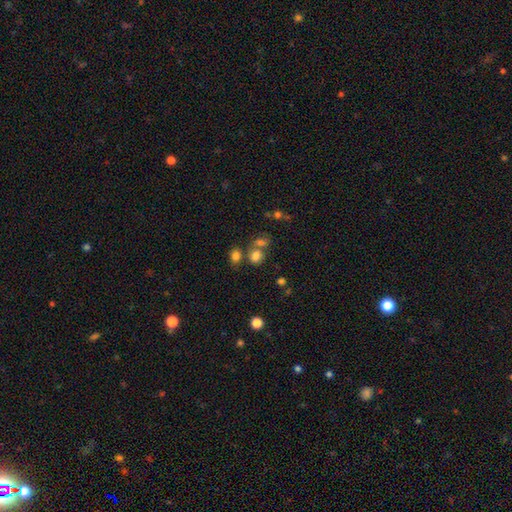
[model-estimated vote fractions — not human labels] Q: Smooth or featured?
A: smooth (76%); runner-up: star or artifact (16%)
Q: How rounded?
A: round (65%); runner-up: in between (34%)
Q: Merging?
A: none (56%); runner-up: merger (28%)